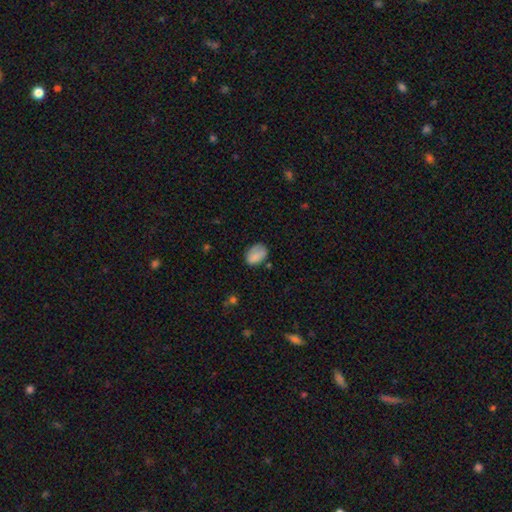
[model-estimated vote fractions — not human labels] smooth_or_featured: smooth (p=0.84) [alt: star or artifact p=0.09]
how_rounded: in between (p=0.82) [alt: round p=0.17]
merging: none (p=0.65) [alt: minor disturbance p=0.25]